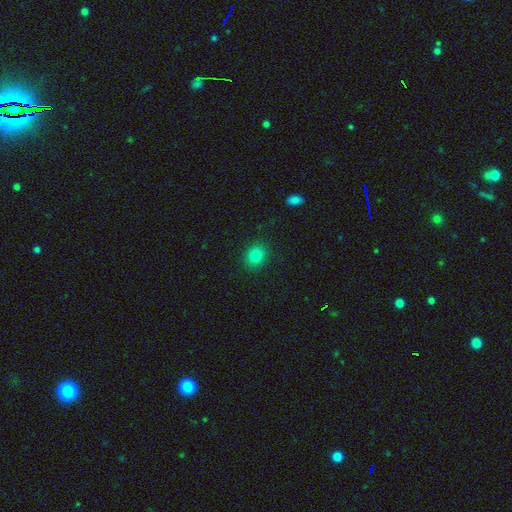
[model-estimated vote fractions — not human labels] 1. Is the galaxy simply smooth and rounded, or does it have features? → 82% smooth, 12% star or artifact, 6% featured or disk.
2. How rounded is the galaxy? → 71% round, 28% in between, 1% cigar-shaped.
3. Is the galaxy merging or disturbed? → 89% none, 7% minor disturbance, 2% major disturbance, 1% merger.